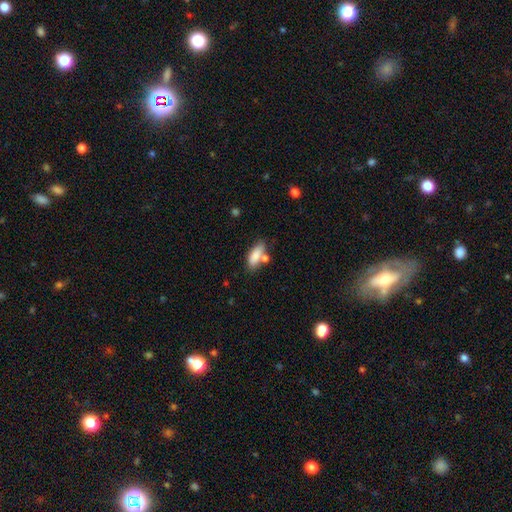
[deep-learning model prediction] Q: Smooth or featured?
A: smooth (83%); runner-up: featured or disk (10%)
Q: How rounded?
A: in between (73%); runner-up: cigar-shaped (24%)
Q: Merging?
A: none (60%); runner-up: merger (19%)